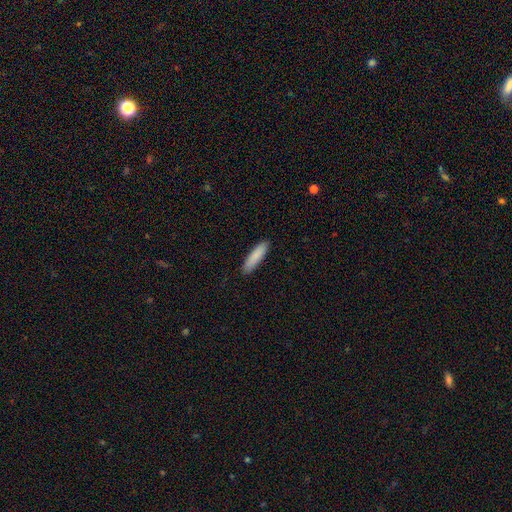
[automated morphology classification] This is clearly a smooth galaxy (87%). How rounded: likely cigar-shaped (76%). Merging: clearly none (88%).